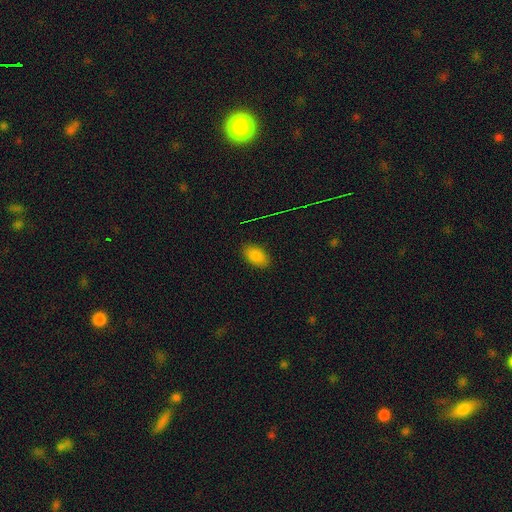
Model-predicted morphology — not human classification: A smooth galaxy with no disk features (84%) that is in between round and cigar-shaped (93%). Merging: none (87%).